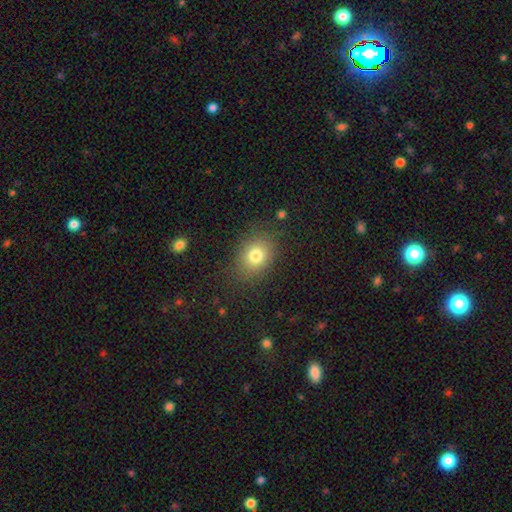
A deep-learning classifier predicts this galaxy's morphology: The model was most divided on "how rounded": in between: 51%, round: 48%, cigar-shaped: 1%. More confident: merging — none (83%); smooth or featured — smooth (78%).